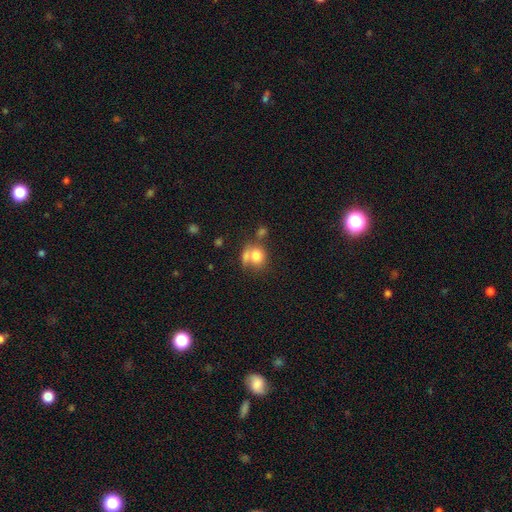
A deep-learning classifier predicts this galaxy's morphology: Smooth or featured? smooth (77%)
How rounded? round (63%)
Merging? merger (41%)